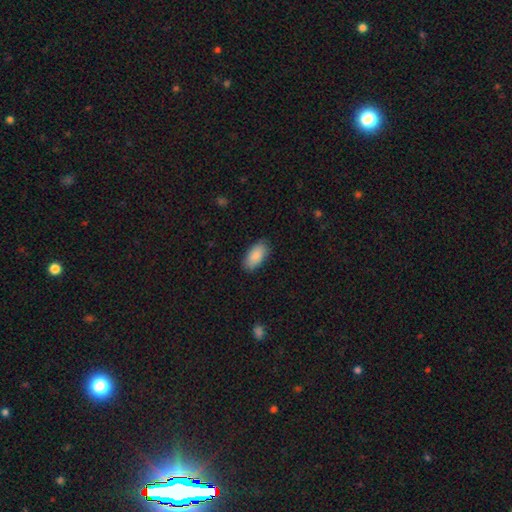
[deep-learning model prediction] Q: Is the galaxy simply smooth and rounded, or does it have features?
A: smooth — 88%.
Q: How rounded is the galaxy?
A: in between — 93%.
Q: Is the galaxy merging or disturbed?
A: none — 86%.